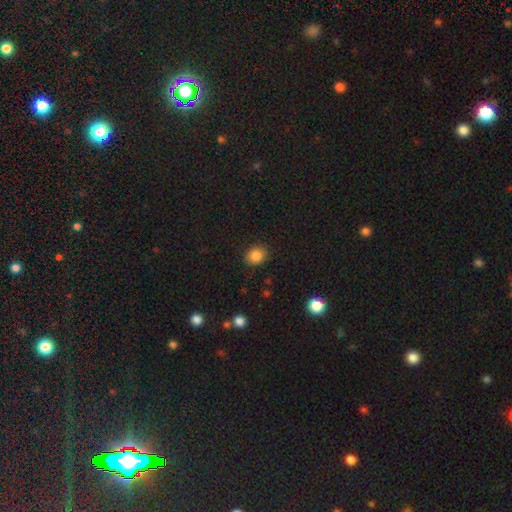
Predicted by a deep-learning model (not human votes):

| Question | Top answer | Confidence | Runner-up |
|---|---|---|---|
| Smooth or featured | smooth | 86% | star or artifact (11%) |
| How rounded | round | 74% | in between (26%) |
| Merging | none | 88% | minor disturbance (8%) |